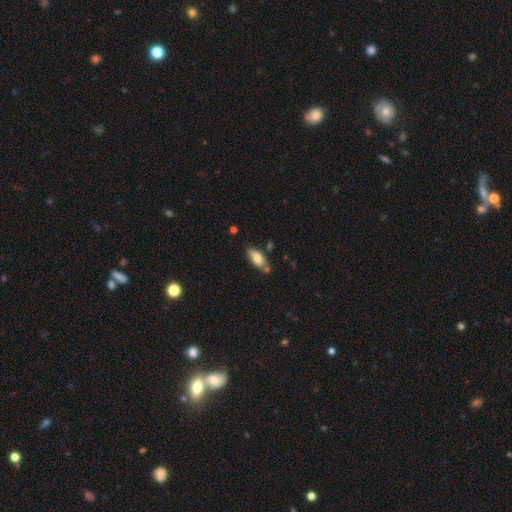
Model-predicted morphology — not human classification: This is likely a smooth galaxy (78%). How rounded: clearly in between (87%). Merging: likely none (69%).